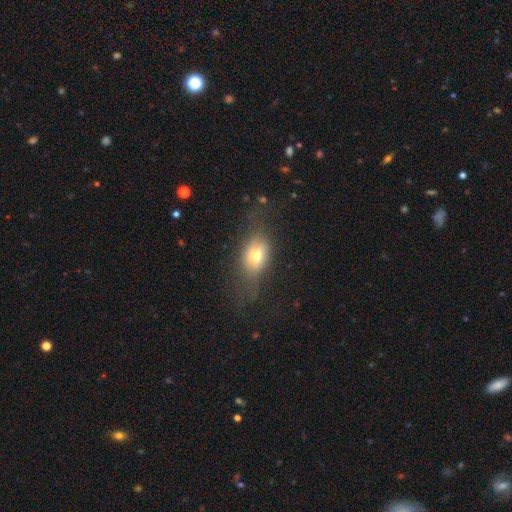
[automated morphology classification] Smooth or featured? Predicted: smooth (p=0.62). How rounded? Predicted: in between (p=0.73). Merging? Predicted: none (p=0.55).